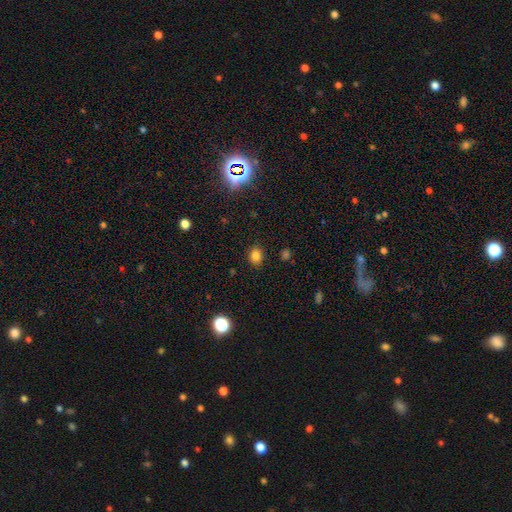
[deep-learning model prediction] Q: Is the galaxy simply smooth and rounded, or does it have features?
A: smooth — 81%.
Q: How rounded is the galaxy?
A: round — 51%.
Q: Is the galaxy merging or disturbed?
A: none — 87%.